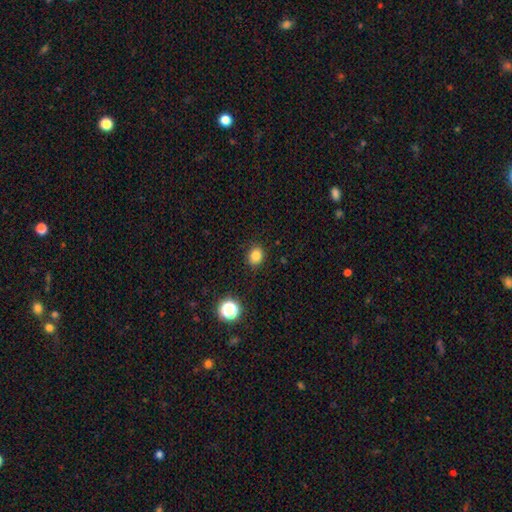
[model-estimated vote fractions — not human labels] Smooth or featured? Predicted: smooth (p=0.83). How rounded? Predicted: round (p=0.63). Merging? Predicted: none (p=0.88).